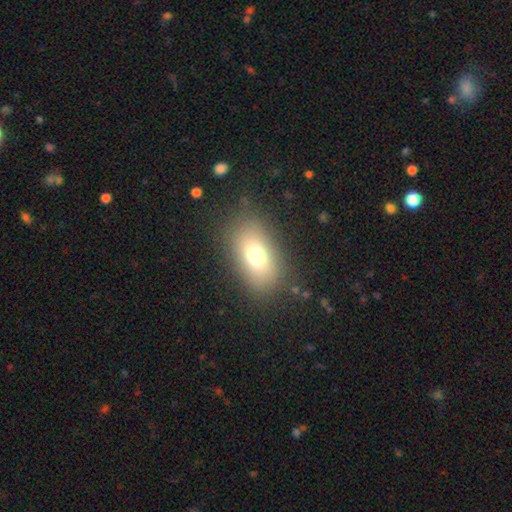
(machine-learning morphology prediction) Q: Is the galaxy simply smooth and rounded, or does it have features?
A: smooth — 73%.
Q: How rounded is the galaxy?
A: in between — 85%.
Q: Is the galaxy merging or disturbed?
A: none — 82%.